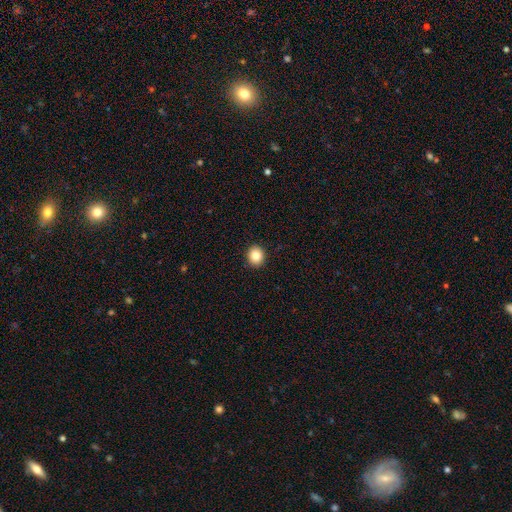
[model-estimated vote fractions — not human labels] Smooth or featured: smooth — 84% (star or artifact — 10%)
How rounded: round — 82% (in between — 17%)
Merging: none — 93% (minor disturbance — 5%)